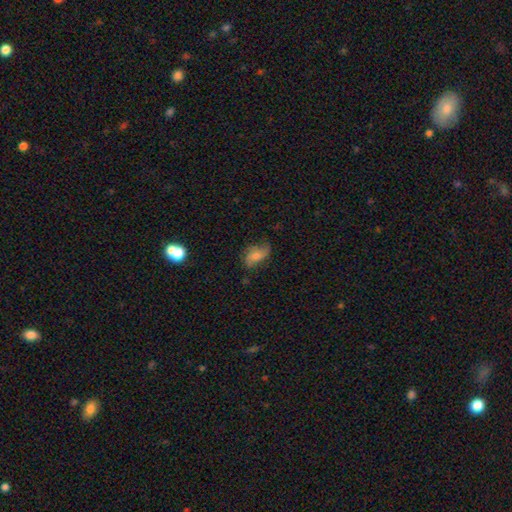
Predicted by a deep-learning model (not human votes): Smooth or featured? featured or disk (46%)
Merging? none (61%)